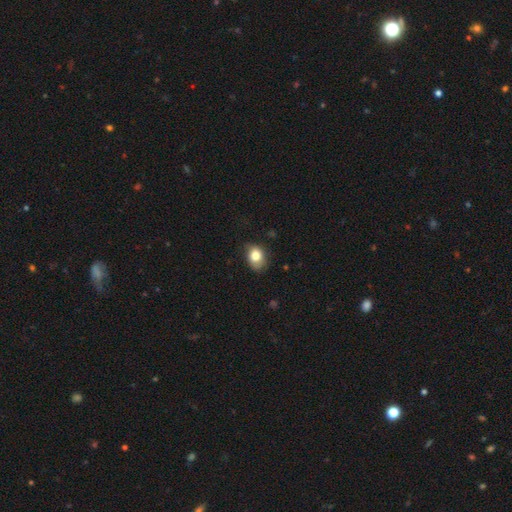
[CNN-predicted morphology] Smooth or featured?
  - smooth: 80% *
  - featured or disk: 10%
  - star or artifact: 9%
How rounded?
  - in between: 59% *
  - round: 40%
  - cigar-shaped: 1%
Merging?
  - none: 67% *
  - minor disturbance: 26%
  - major disturbance: 6%
  - merger: 1%